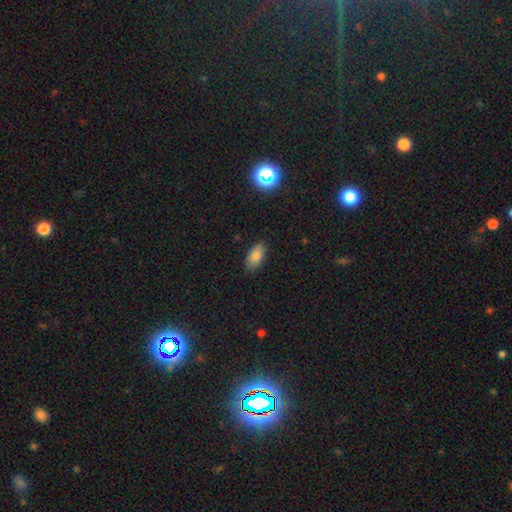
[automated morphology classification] smooth-or-featured: smooth: 82% | star or artifact: 10% | featured or disk: 7%
  how-rounded: in between: 92% | cigar-shaped: 5% | round: 3%
  merging: none: 85% | minor disturbance: 12% | major disturbance: 3% | merger: 1%